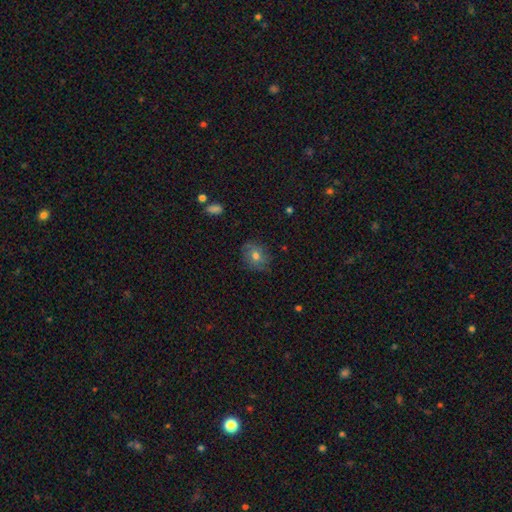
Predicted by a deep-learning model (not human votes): The model was most divided on "how rounded": round: 62%, in between: 36%, cigar-shaped: 1%. More confident: merging — none (76%); smooth or featured — smooth (60%).